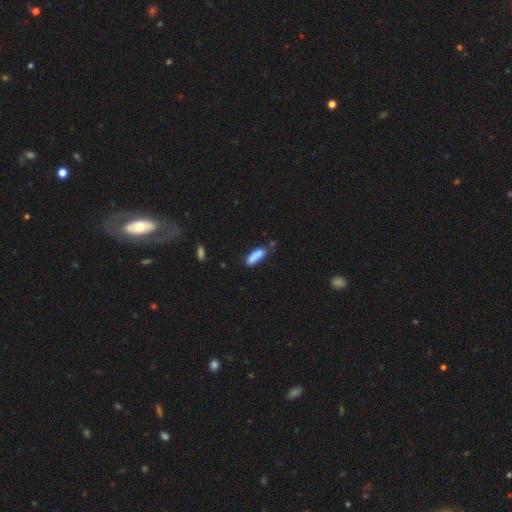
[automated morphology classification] A smooth galaxy with no disk features (79%) that is in between round and cigar-shaped (52%). Merging: none (46%).